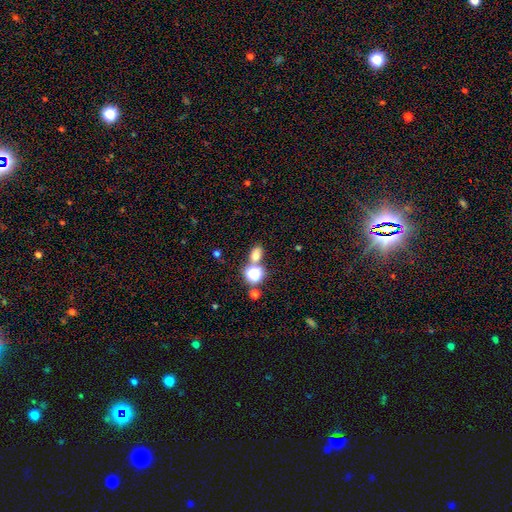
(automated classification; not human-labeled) smooth_or_featured: smooth (p=0.68) [alt: star or artifact p=0.25]
how_rounded: in between (p=0.66) [alt: round p=0.32]
merging: none (p=0.62) [alt: merger p=0.24]